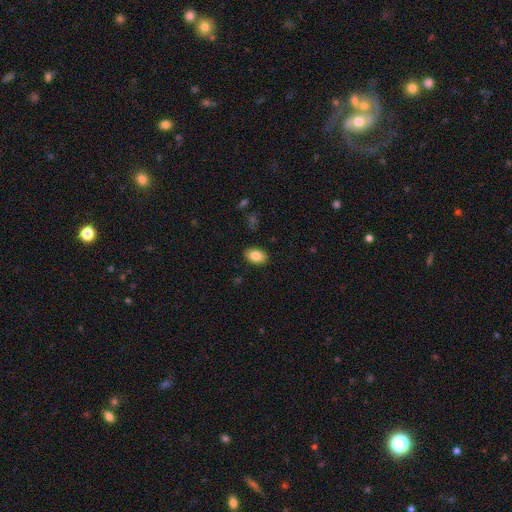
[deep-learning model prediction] This is clearly a smooth galaxy (85%). How rounded: clearly in between (87%). Merging: clearly none (89%).